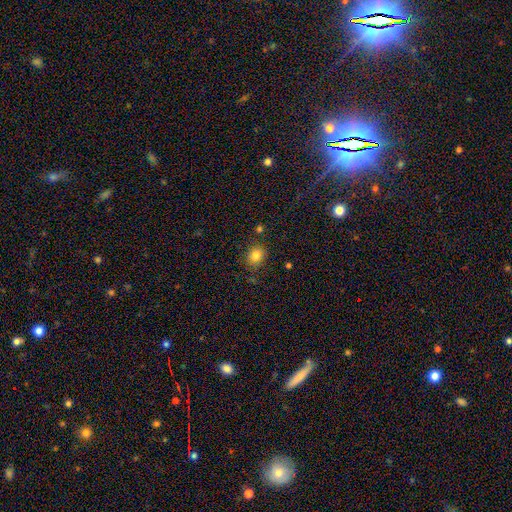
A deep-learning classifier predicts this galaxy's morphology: A smooth galaxy with no disk features (83%) that is round (59%). Merging: none (82%).